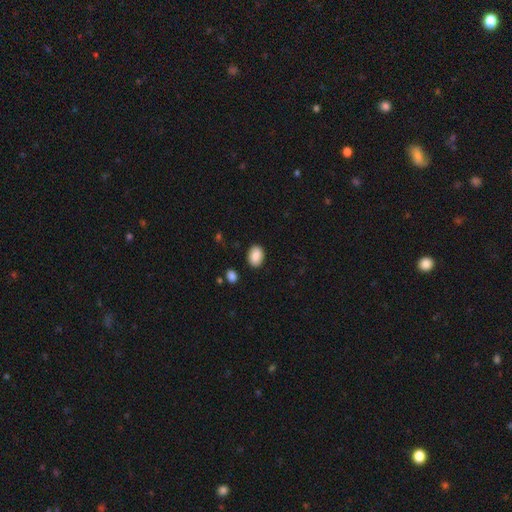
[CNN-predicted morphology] type=smooth (89%); roundness=in between (78%); merging=none (88%).